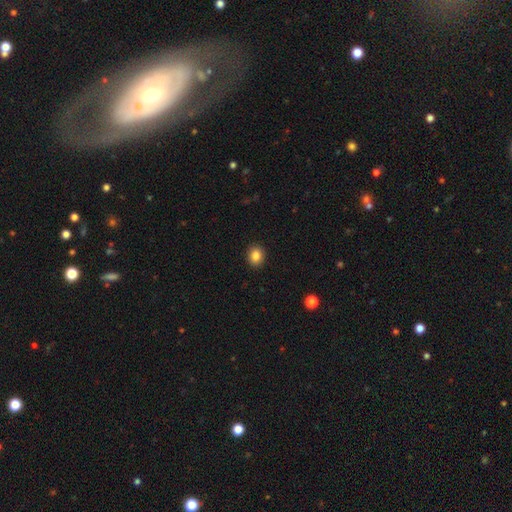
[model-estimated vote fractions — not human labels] Smooth or featured: smooth — 86% (star or artifact — 10%)
How rounded: round — 62% (in between — 37%)
Merging: none — 92% (minor disturbance — 6%)